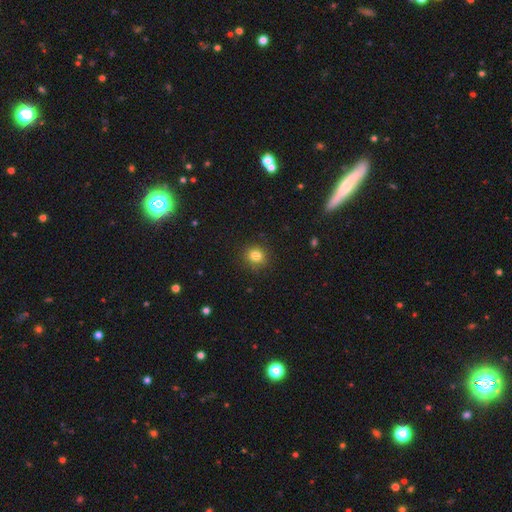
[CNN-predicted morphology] A smooth galaxy with no disk features (81%) that is round (84%). Merging: none (89%).